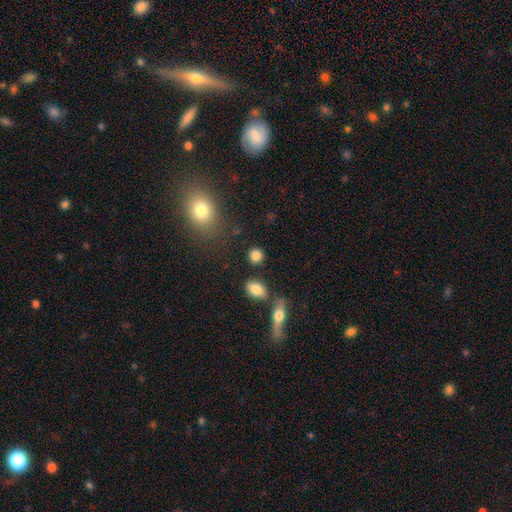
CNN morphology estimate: The model was most divided on "how rounded": round: 81%, in between: 17%, cigar-shaped: 2%. More confident: smooth or featured — smooth (84%); merging — none (83%).